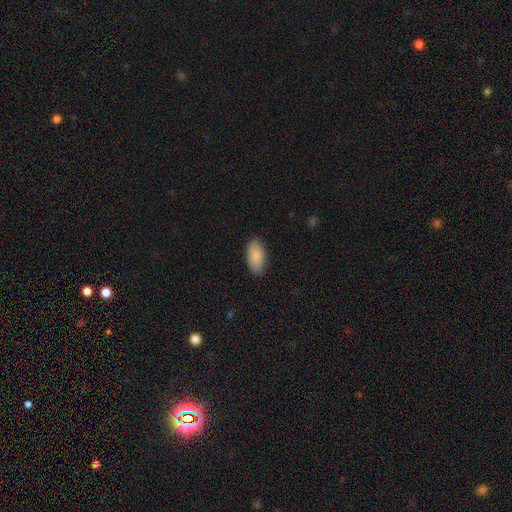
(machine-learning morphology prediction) Q: Smooth or featured?
A: smooth (88%); runner-up: featured or disk (6%)
Q: How rounded?
A: in between (94%); runner-up: cigar-shaped (4%)
Q: Merging?
A: none (86%); runner-up: minor disturbance (11%)